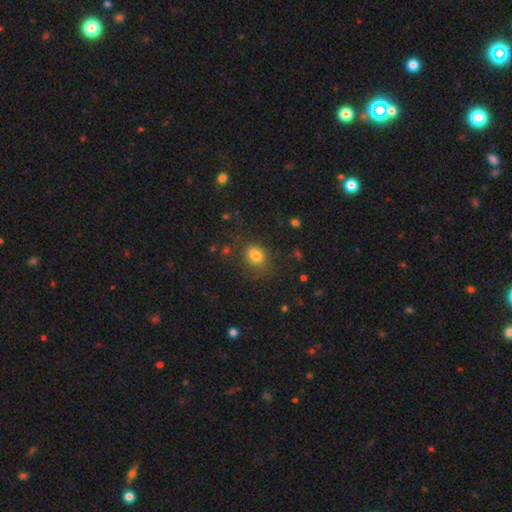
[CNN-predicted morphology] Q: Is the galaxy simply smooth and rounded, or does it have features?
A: smooth — 76%.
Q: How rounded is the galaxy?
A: in between — 54%.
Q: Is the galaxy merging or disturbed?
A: none — 62%.